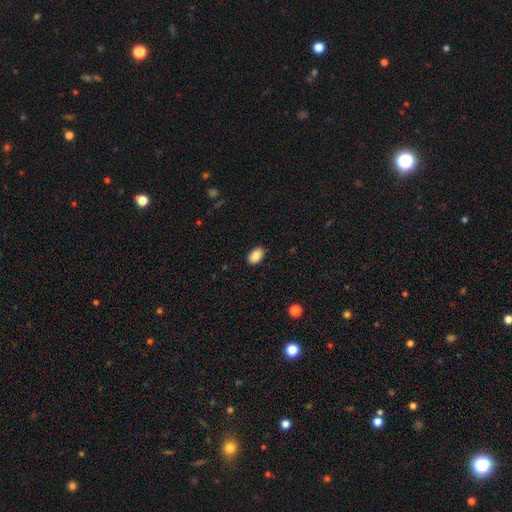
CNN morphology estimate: Q: Smooth or featured?
A: smooth (88%); runner-up: star or artifact (7%)
Q: How rounded?
A: in between (89%); runner-up: round (10%)
Q: Merging?
A: none (88%); runner-up: minor disturbance (9%)